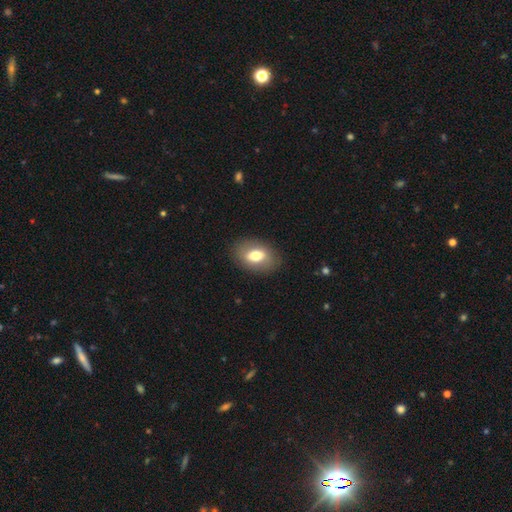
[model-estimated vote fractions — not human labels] Smooth or featured? Predicted: smooth (p=0.70). How rounded? Predicted: in between (p=0.82). Merging? Predicted: none (p=0.86).